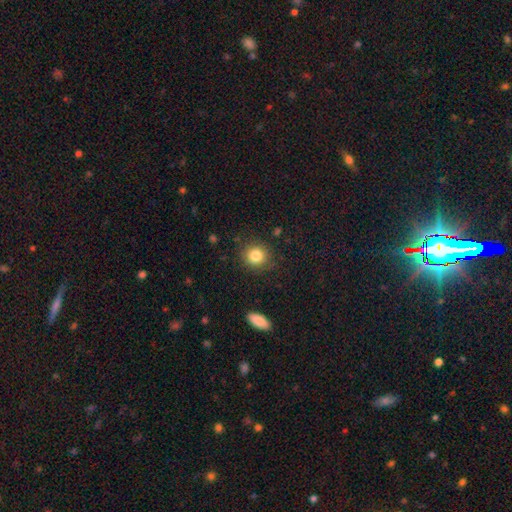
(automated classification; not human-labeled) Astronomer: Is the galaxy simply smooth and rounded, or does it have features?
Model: smooth — 83%.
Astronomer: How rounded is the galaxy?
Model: round — 87%.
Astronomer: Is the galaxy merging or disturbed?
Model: none — 87%.